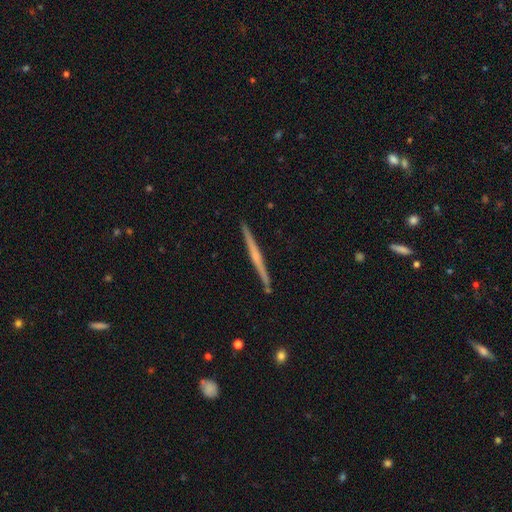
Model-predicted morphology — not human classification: Smooth or featured?
  - featured or disk: 71% *
  - smooth: 24%
  - star or artifact: 5%
Edge-on disk?
  - yes: 98% *
  - no: 2%
Edge-on bulge?
  - none: 49% *
  - rounded: 42%
  - boxy: 9%
Merging?
  - none: 92% *
  - minor disturbance: 6%
  - merger: 1%
  - major disturbance: 1%